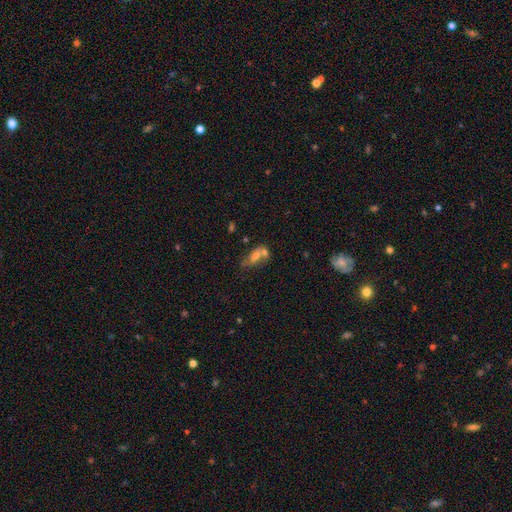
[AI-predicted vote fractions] Smooth or featured?
  - smooth: 56% *
  - featured or disk: 31%
  - star or artifact: 12%
How rounded?
  - in between: 76% *
  - cigar-shaped: 14%
  - round: 10%
Merging?
  - merger: 45% *
  - none: 33%
  - minor disturbance: 14%
  - major disturbance: 8%